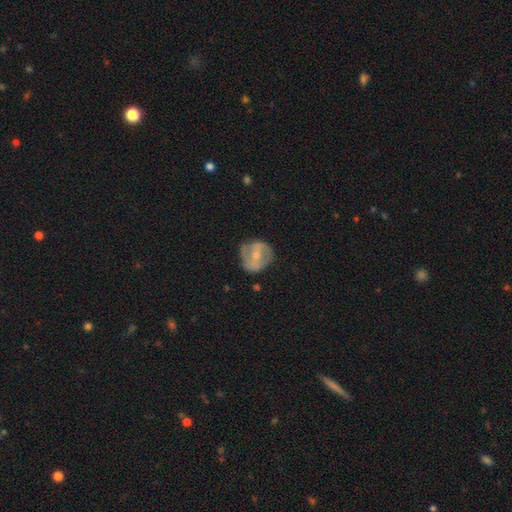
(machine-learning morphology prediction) featured or disk 60%, smooth 33%, star or artifact 7%. Down the decision tree: edge-on disk — no (96%); bar — weak (42%); spiral arms — yes (63%); bulge size — small (50%); merging — none (65%).